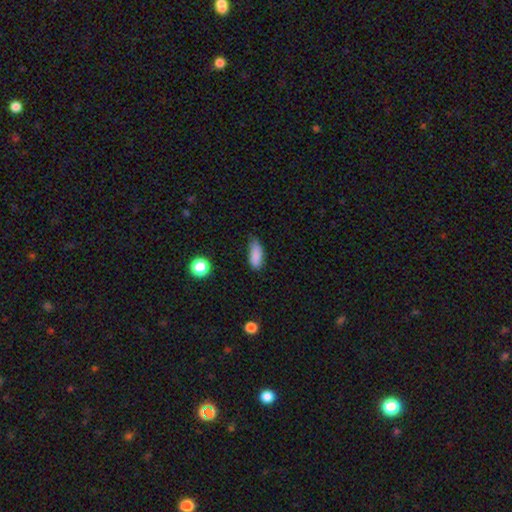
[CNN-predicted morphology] A smooth galaxy with no disk features (86%) that is in between round and cigar-shaped (72%). Merging: none (64%).